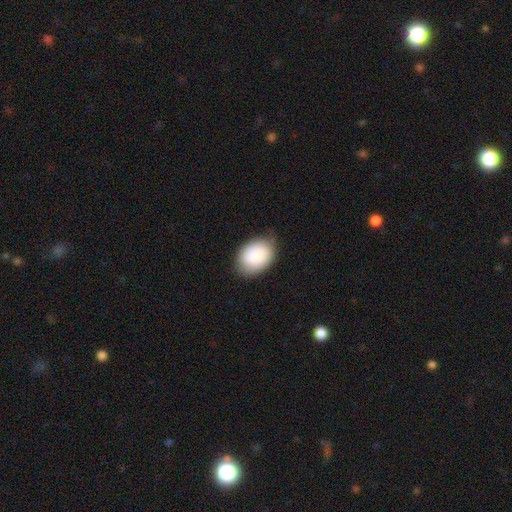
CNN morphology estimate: Q: Smooth or featured?
A: smooth (85%); runner-up: featured or disk (8%)
Q: How rounded?
A: in between (76%); runner-up: round (23%)
Q: Merging?
A: none (72%); runner-up: minor disturbance (22%)